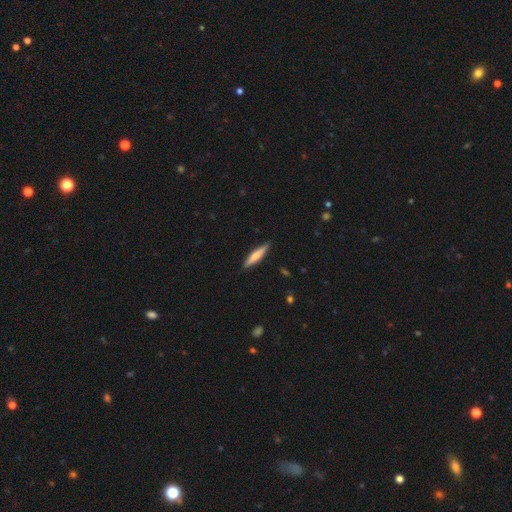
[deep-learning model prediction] Overall: smooth (58%; featured or disk 36%). How rounded: cigar-shaped (86%). Merging: none (89%).